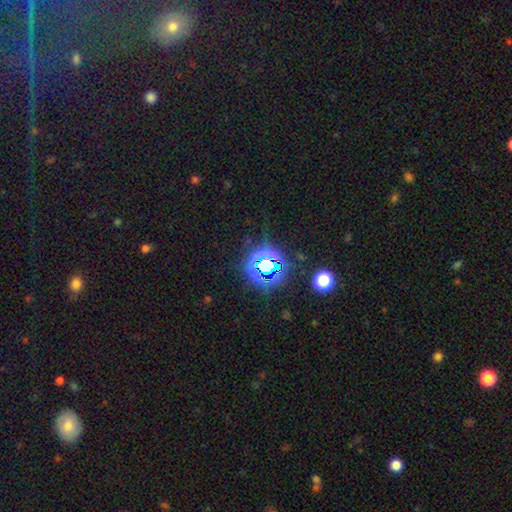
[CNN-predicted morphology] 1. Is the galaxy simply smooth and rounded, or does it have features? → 78% star or artifact, 16% smooth, 6% featured or disk.